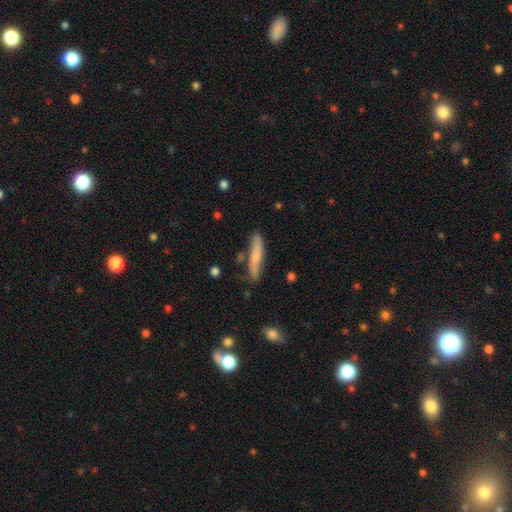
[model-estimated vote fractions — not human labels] Smooth or featured? smooth (64%)
How rounded? cigar-shaped (90%)
Merging? none (75%)